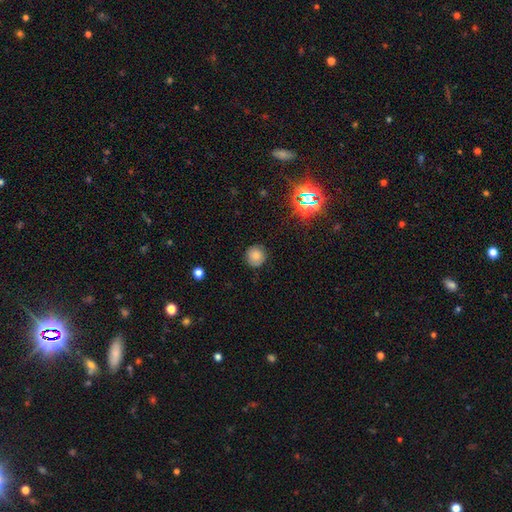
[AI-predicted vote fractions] This appears to be a smooth galaxy with no disk features (76%) that is round (92%). Merging: none (86%).